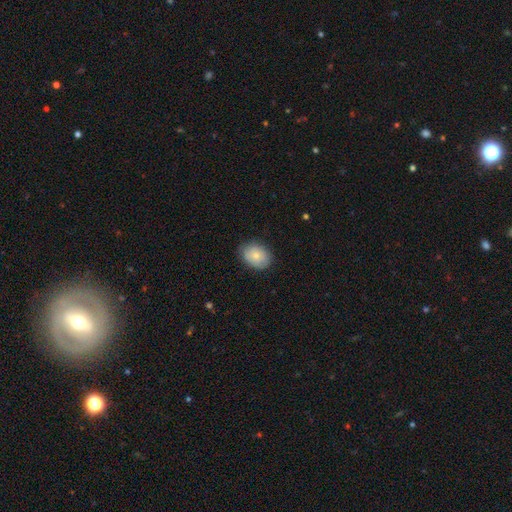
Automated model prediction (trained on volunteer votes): Smooth or featured? smooth (78%)
How rounded? in between (70%)
Merging? none (80%)